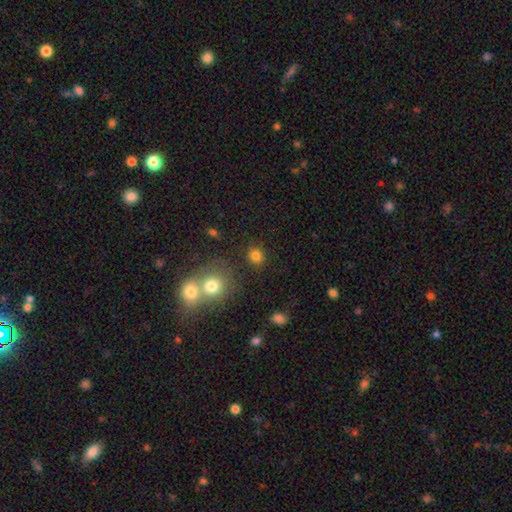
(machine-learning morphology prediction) Smooth or featured? Predicted: smooth (p=0.81). How rounded? Predicted: round (p=0.83). Merging? Predicted: none (p=0.80).